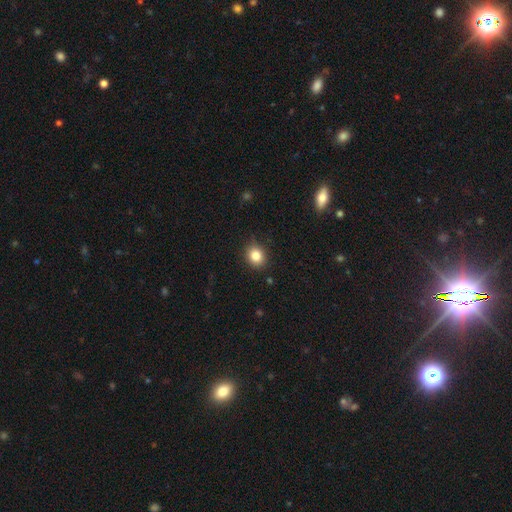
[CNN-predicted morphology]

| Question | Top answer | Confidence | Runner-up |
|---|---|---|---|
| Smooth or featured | smooth | 83% | star or artifact (11%) |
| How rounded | round | 69% | in between (30%) |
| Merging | none | 85% | minor disturbance (11%) |